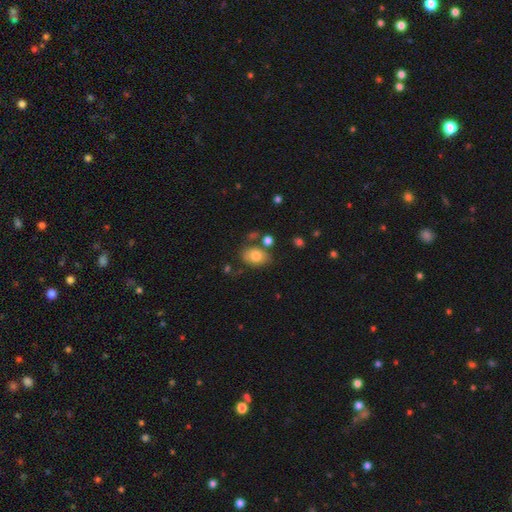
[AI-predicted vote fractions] Smooth or featured? smooth (79%)
How rounded? in between (78%)
Merging? none (67%)